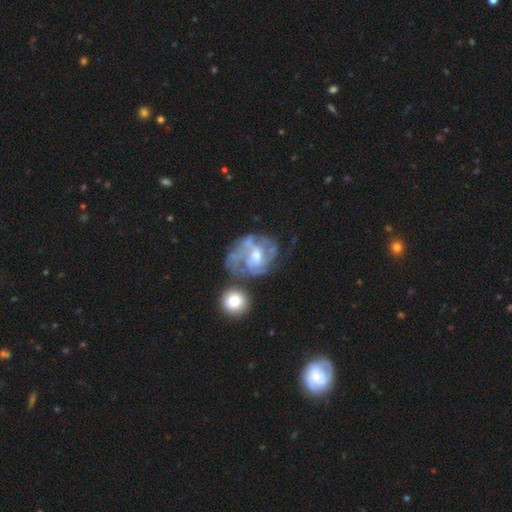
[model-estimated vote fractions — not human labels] This appears to be a featured or disk galaxy (80%) with no bar (45%), medium (42%) spiral arms (83%) and a moderate central bulge (60%). Merging: none (43%).